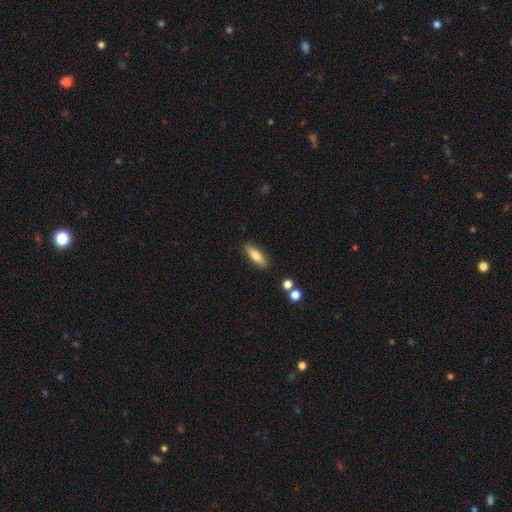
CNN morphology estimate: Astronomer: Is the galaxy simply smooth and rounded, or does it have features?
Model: smooth — 68%.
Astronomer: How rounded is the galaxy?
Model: in between — 50% (runner-up: cigar-shaped, 48%).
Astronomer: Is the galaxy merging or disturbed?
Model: none — 86%.